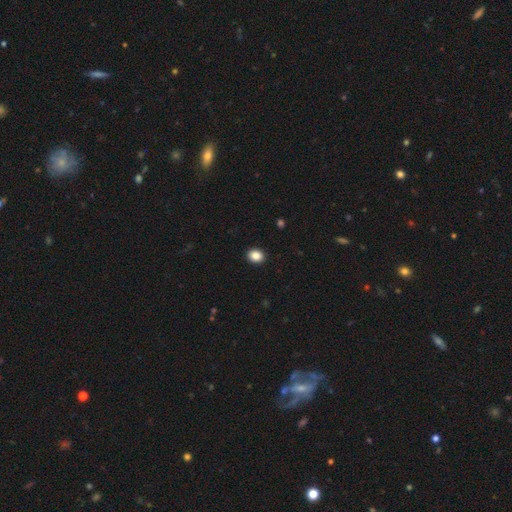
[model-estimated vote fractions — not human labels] The model was most divided on "how rounded": round: 52%, in between: 47%, cigar-shaped: 1%. More confident: merging — none (92%); smooth or featured — smooth (88%).